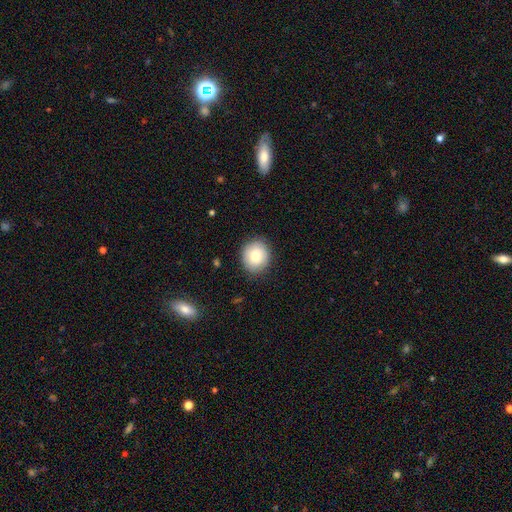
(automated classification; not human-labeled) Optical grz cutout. It shows a smooth galaxy with no disk features (76%) that is round (75%). Merging: none (85%).